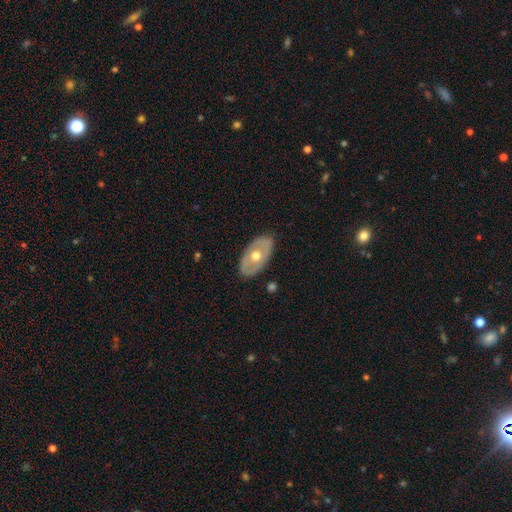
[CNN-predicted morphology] The model was most divided on "smooth or featured": featured or disk: 55%, smooth: 40%, star or artifact: 5%. More confident: edge-on disk — no (87%); merging — none (84%).